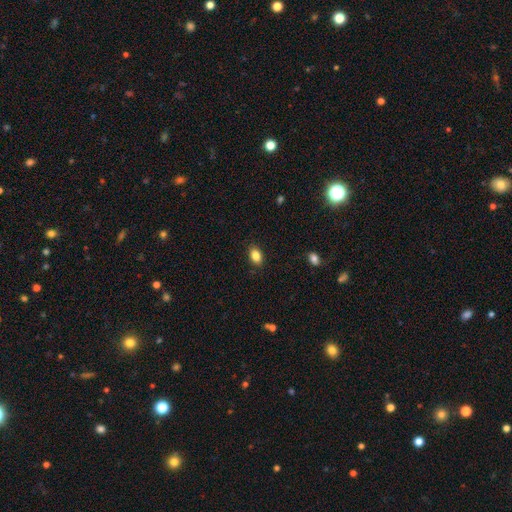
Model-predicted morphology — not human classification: A smooth galaxy with no disk features (85%) that is in between round and cigar-shaped (84%). Merging: none (87%).